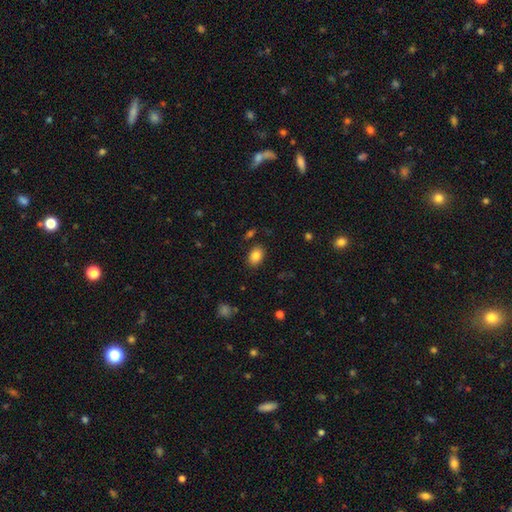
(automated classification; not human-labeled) smooth 84%, star or artifact 9%, featured or disk 7%. Down the decision tree: how rounded — in between (82%); merging — none (84%).